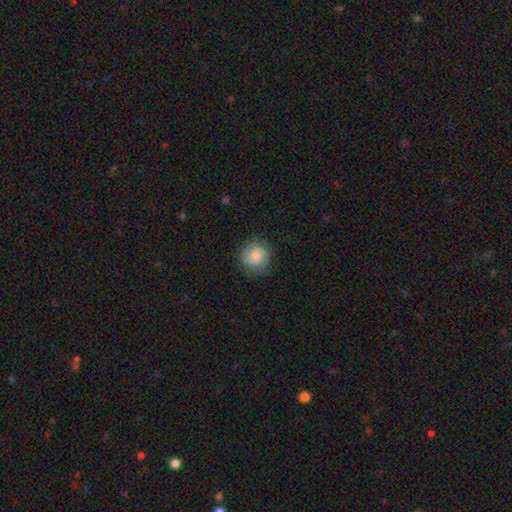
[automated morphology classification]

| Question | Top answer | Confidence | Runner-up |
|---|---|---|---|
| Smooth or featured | smooth | 60% | featured or disk (32%) |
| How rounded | round | 85% | in between (14%) |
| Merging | none | 77% | minor disturbance (17%) |